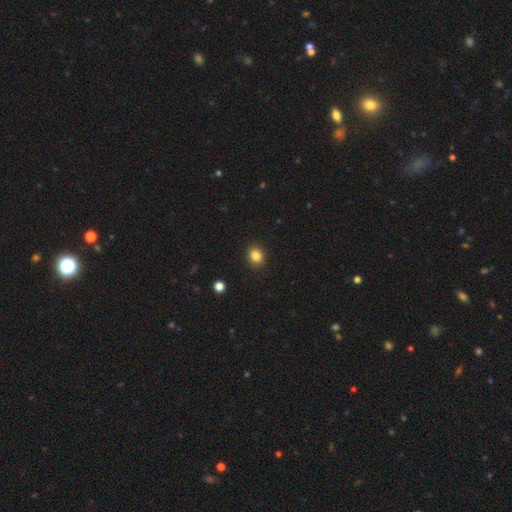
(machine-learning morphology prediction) Overall: smooth (84%). How rounded: round (57%; in between 42%). Merging: none (90%).